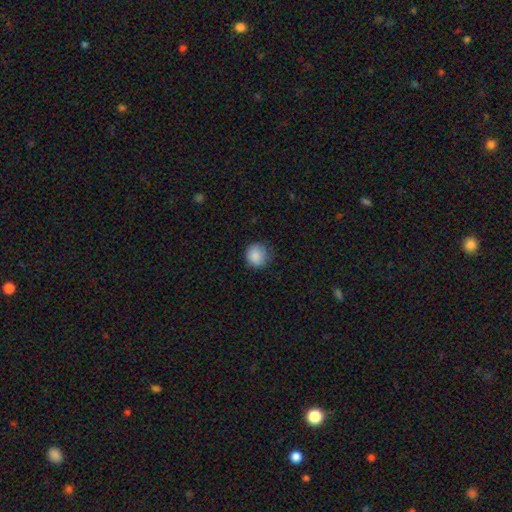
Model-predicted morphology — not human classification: Smooth or featured? Predicted: smooth (p=0.87). How rounded? Predicted: round (p=0.90). Merging? Predicted: none (p=0.73).